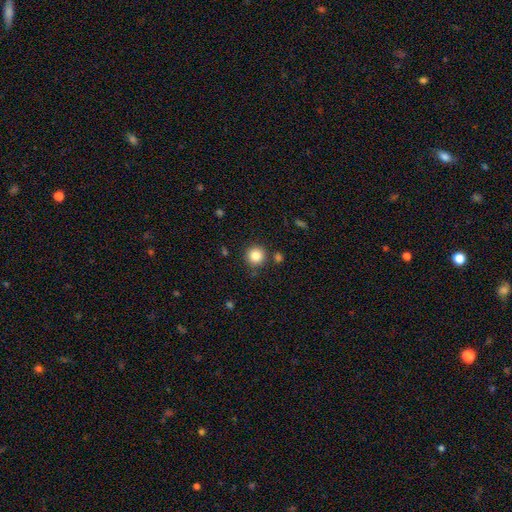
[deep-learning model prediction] Smooth or featured?
  - smooth: 84% *
  - star or artifact: 11%
  - featured or disk: 6%
How rounded?
  - round: 94% *
  - in between: 5%
  - cigar-shaped: 1%
Merging?
  - none: 86% *
  - minor disturbance: 8%
  - merger: 4%
  - major disturbance: 2%